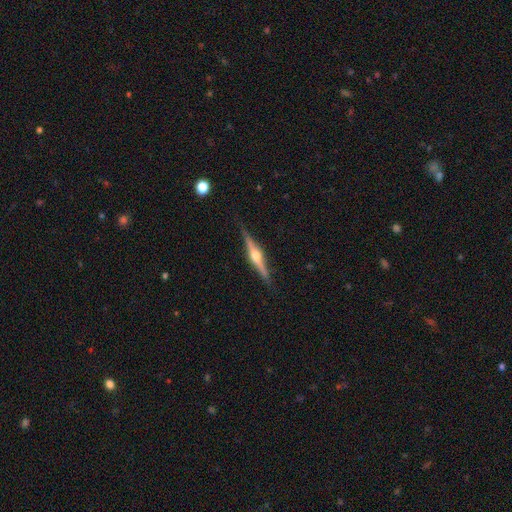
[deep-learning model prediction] This appears to be a featured or disk galaxy (81%) viewed edge-on (98%) with a rounded central bulge (95%). Merging: none (89%).